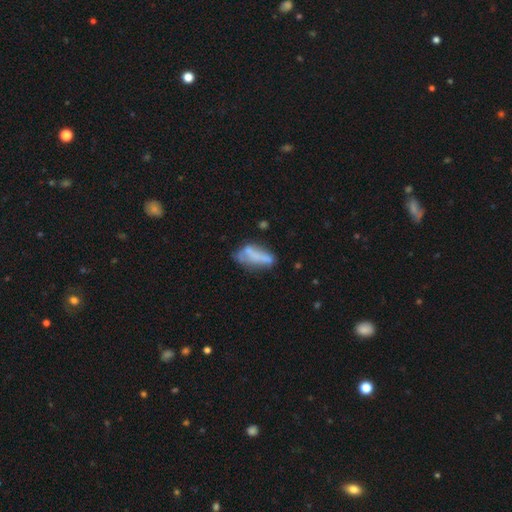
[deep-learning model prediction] A smooth galaxy with no disk features (52%) that is in between round and cigar-shaped (67%). Merging: none (37%).